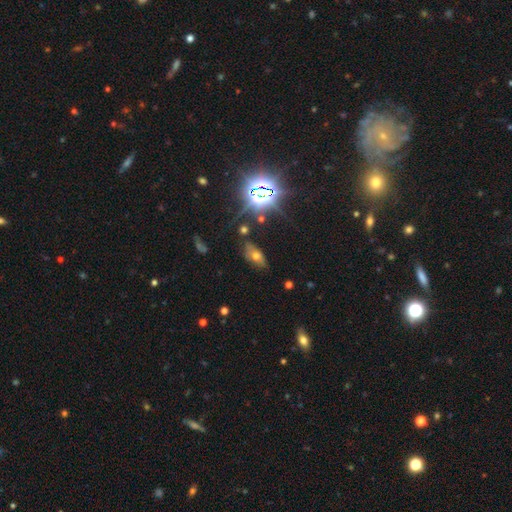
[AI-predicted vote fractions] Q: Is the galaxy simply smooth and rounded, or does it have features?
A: smooth — 46%.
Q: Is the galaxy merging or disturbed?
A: none — 71%.